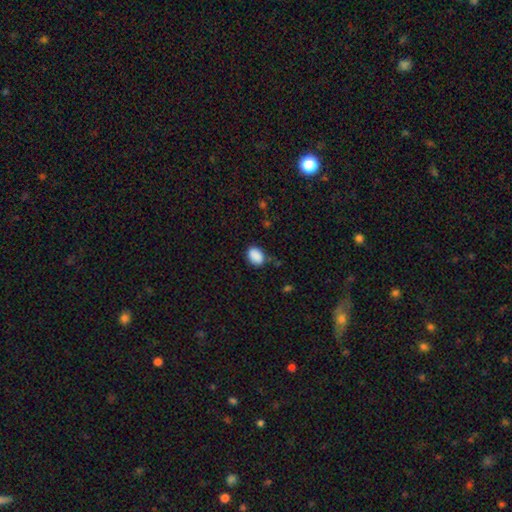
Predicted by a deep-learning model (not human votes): smooth 89%, star or artifact 8%, featured or disk 3%. Down the decision tree: how rounded — in between (77%); merging — none (77%).